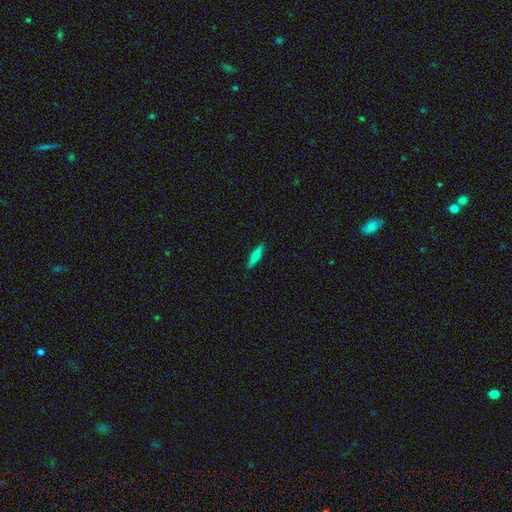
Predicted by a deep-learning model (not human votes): A smooth galaxy with no disk features (78%) that is cigar-shaped (82%).

Vote fractions:
- Smooth or featured? smooth: 78% / featured or disk: 15% / star or artifact: 7%
- How rounded? cigar-shaped: 82% / in between: 16% / round: 2%
- Merging? none: 89% / minor disturbance: 8% / major disturbance: 2% / merger: 1%